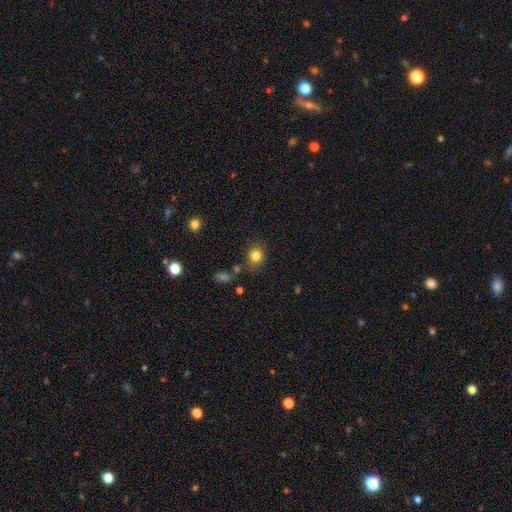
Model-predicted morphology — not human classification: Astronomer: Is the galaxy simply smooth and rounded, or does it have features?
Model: smooth — 82%.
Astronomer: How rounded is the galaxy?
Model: round — 74%.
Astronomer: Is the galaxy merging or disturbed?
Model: none — 79%.